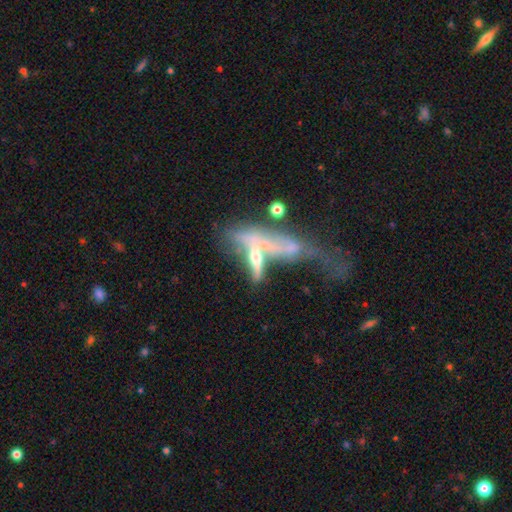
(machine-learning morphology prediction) A featured or disk galaxy (55%) viewed edge-on (65%). Merging: merger (40%).